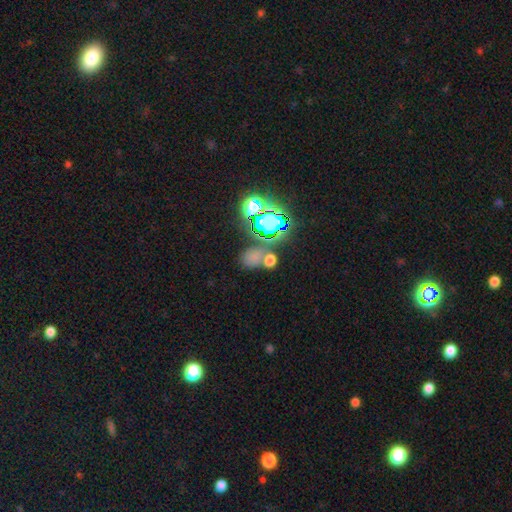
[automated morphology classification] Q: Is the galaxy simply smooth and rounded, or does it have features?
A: smooth — 53%.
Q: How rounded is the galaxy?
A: in between — 52%.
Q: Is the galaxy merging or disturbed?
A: none — 55%.